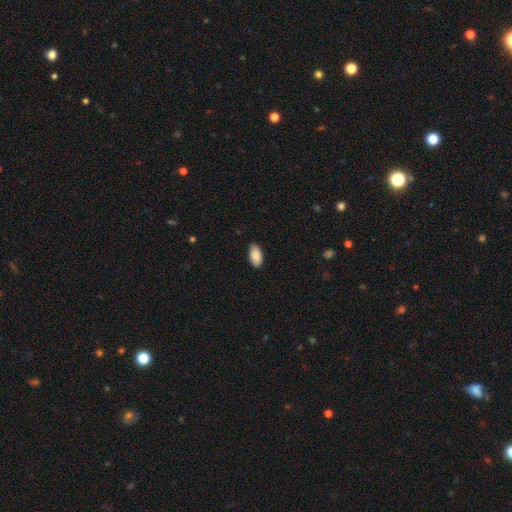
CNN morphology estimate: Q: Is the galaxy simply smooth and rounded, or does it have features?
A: smooth — 88%.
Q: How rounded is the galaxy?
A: in between — 95%.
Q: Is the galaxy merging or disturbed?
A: none — 86%.